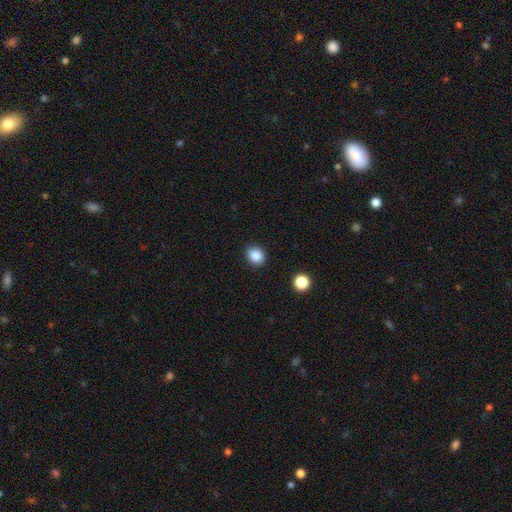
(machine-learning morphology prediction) Smooth or featured? Predicted: smooth (p=0.86). How rounded? Predicted: round (p=0.64). Merging? Predicted: none (p=0.87).